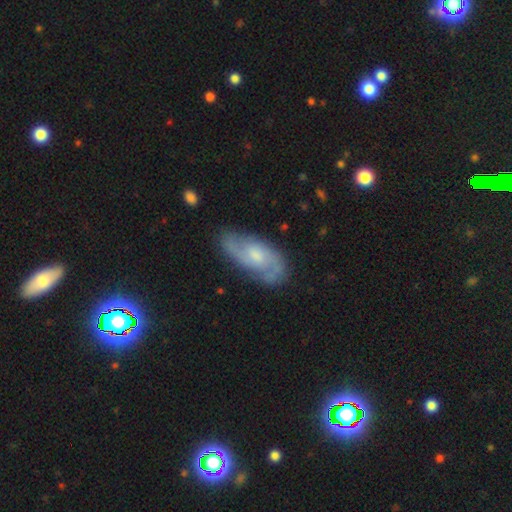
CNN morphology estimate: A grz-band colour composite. It shows a featured or disk galaxy (75%) with no bar (61%), 2 (78%) medium (49%) spiral arms (94%) and a small central bulge (45%). Merging: none (75%).